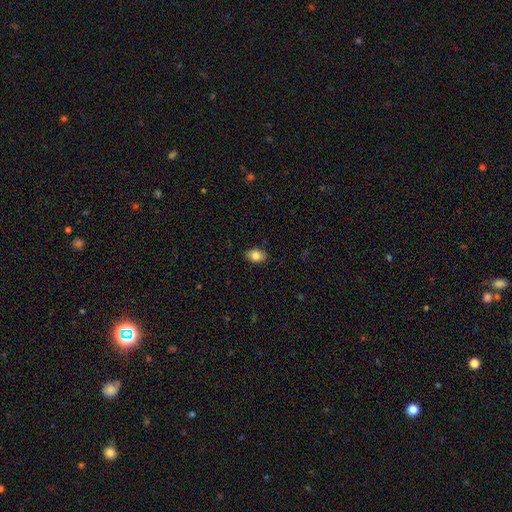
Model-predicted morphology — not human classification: Smooth or featured: smooth — 82% (featured or disk — 10%)
How rounded: in between — 83% (round — 15%)
Merging: none — 86% (minor disturbance — 11%)